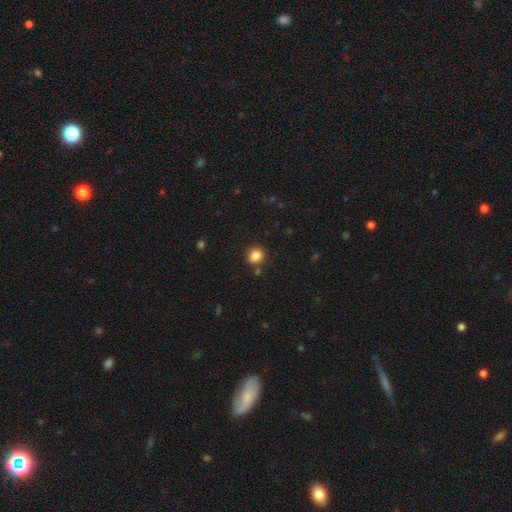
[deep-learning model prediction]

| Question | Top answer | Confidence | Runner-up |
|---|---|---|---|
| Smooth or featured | smooth | 84% | star or artifact (11%) |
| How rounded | round | 76% | in between (23%) |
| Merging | none | 82% | minor disturbance (10%) |